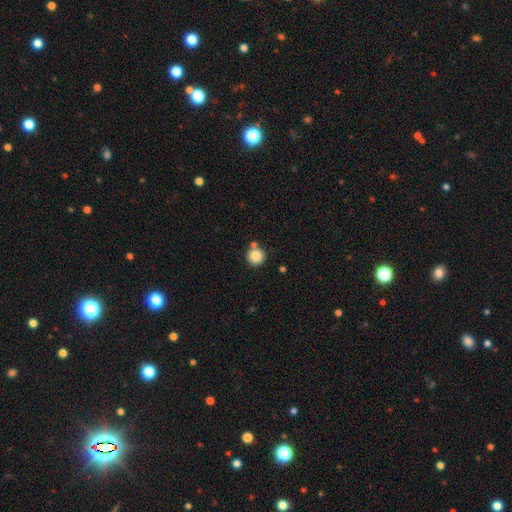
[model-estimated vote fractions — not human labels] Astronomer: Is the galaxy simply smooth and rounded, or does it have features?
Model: smooth — 84%.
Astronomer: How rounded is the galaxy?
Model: round — 94%.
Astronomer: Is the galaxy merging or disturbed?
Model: none — 74%.